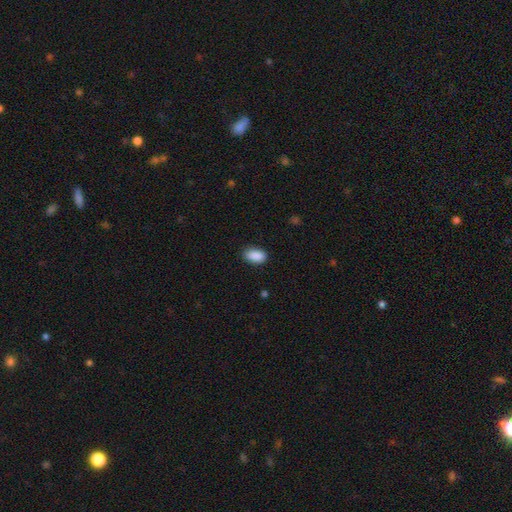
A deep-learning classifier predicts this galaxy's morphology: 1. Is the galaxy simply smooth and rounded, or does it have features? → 90% smooth, 7% star or artifact, 3% featured or disk.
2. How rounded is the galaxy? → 91% in between, 6% round, 2% cigar-shaped.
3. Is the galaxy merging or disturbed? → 85% none, 12% minor disturbance, 2% major disturbance, 1% merger.